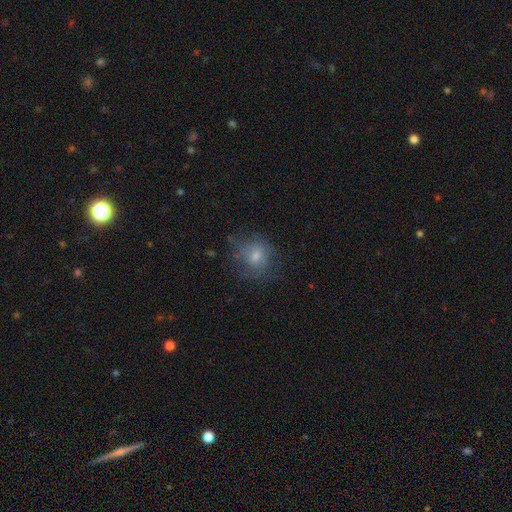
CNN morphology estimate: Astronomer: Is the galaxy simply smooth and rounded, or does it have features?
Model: smooth — 63%.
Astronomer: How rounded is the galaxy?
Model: round — 77%.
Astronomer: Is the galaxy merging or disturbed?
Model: none — 68%.